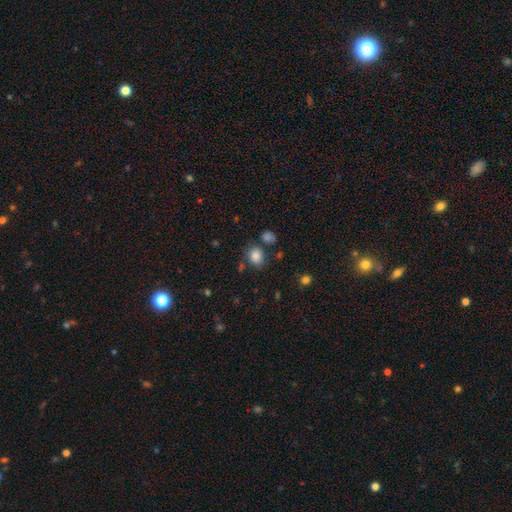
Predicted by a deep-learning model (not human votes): Smooth or featured? Predicted: smooth (p=0.84). How rounded? Predicted: round (p=0.58). Merging? Predicted: none (p=0.72).